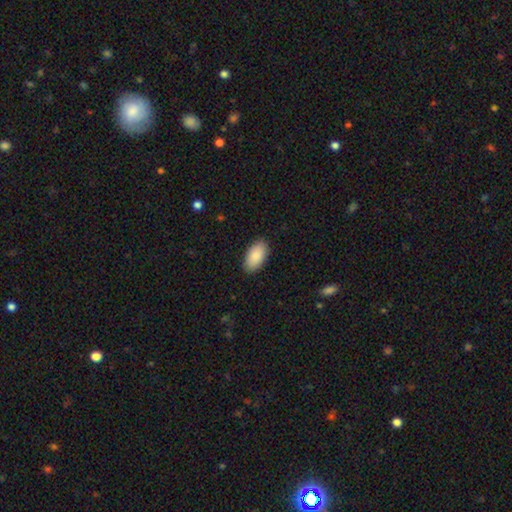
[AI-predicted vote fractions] A smooth galaxy with no disk features (88%) that is in between round and cigar-shaped (96%). Merging: none (88%).